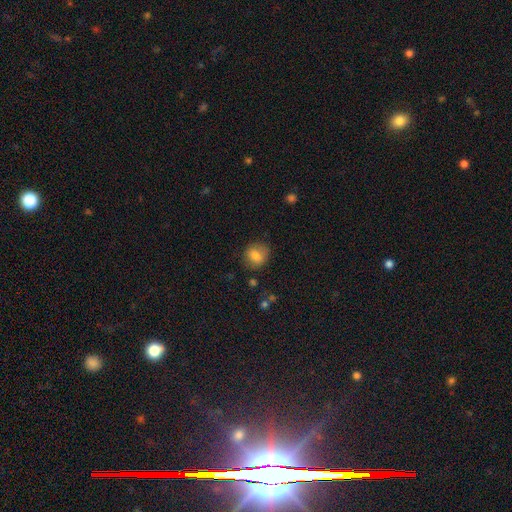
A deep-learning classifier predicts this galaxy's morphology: Q: Smooth or featured?
A: smooth (79%); runner-up: featured or disk (12%)
Q: How rounded?
A: round (67%); runner-up: in between (32%)
Q: Merging?
A: none (72%); runner-up: minor disturbance (20%)